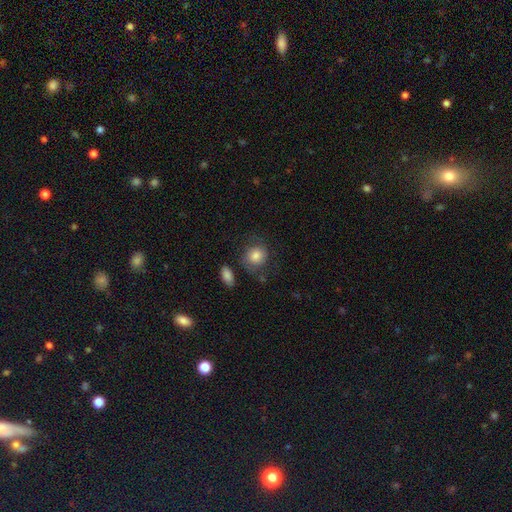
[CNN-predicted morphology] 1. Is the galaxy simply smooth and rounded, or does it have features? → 75% smooth, 17% featured or disk, 8% star or artifact.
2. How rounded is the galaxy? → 76% round, 23% in between, 1% cigar-shaped.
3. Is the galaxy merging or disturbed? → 62% none, 21% minor disturbance, 12% major disturbance, 5% merger.